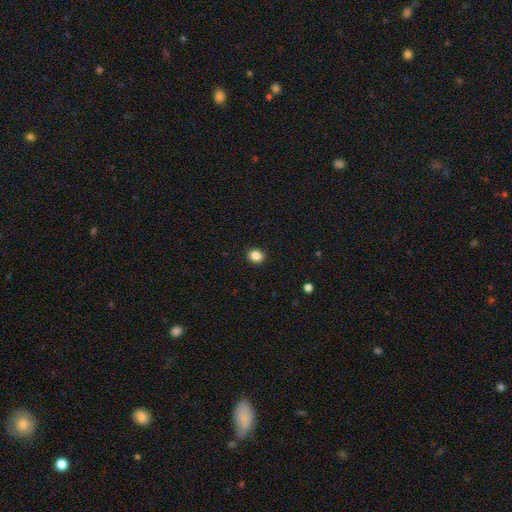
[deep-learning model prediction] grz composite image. It shows a smooth galaxy with no disk features (86%) that is round (71%). Merging: none (91%).